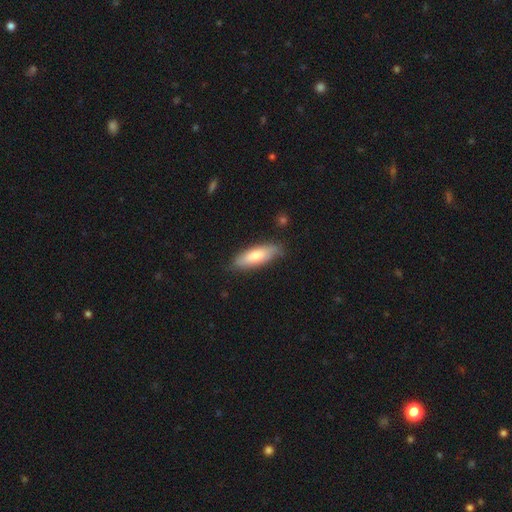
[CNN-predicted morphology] Smooth or featured: smooth — 74% (featured or disk — 21%)
How rounded: in between — 55% (cigar-shaped — 43%)
Merging: none — 80% (minor disturbance — 16%)